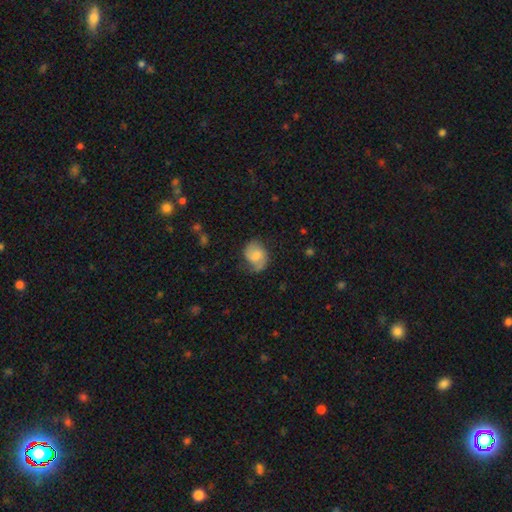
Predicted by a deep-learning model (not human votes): Q: Smooth or featured?
A: featured or disk (48%); runner-up: smooth (44%)
Q: Merging?
A: none (64%); runner-up: minor disturbance (25%)